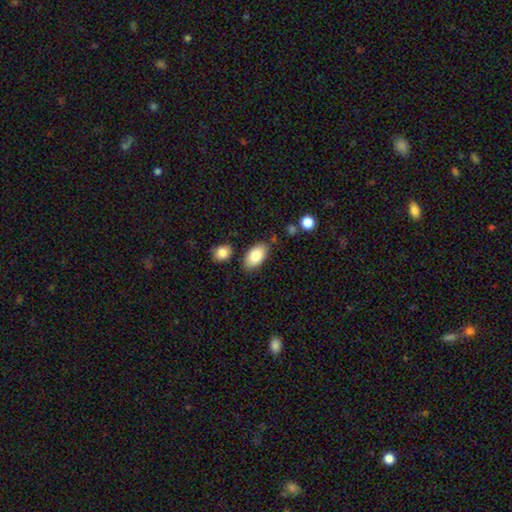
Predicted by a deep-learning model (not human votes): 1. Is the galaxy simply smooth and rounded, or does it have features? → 85% smooth, 8% featured or disk, 6% star or artifact.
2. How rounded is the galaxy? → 94% in between, 4% round, 2% cigar-shaped.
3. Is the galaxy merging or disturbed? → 80% none, 13% minor disturbance, 5% merger, 3% major disturbance.